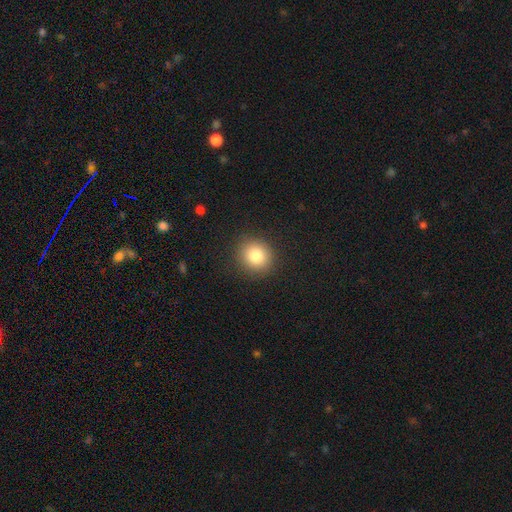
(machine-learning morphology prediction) Smooth or featured?
  - smooth: 83% *
  - star or artifact: 10%
  - featured or disk: 7%
How rounded?
  - round: 87% *
  - in between: 13%
  - cigar-shaped: 1%
Merging?
  - none: 90% *
  - minor disturbance: 6%
  - major disturbance: 2%
  - merger: 1%